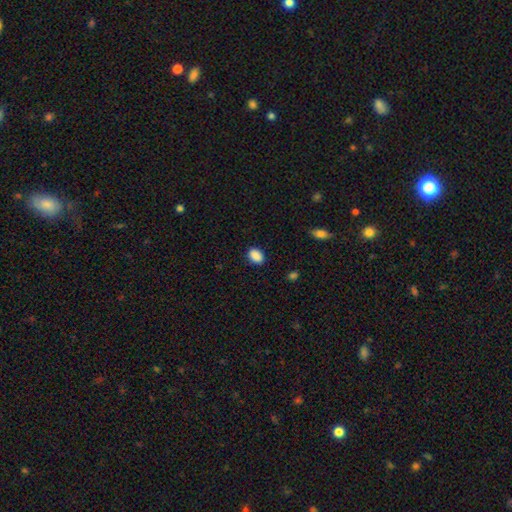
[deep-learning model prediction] smooth-or-featured: smooth: 89% | star or artifact: 8% | featured or disk: 3%
  how-rounded: in between: 79% | round: 19% | cigar-shaped: 1%
  merging: none: 86% | minor disturbance: 10% | major disturbance: 2% | merger: 1%